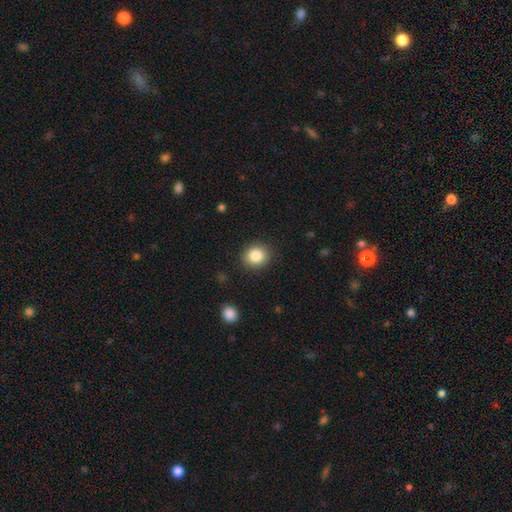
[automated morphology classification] Smooth or featured? Predicted: smooth (p=0.84). How rounded? Predicted: round (p=0.81). Merging? Predicted: none (p=0.89).